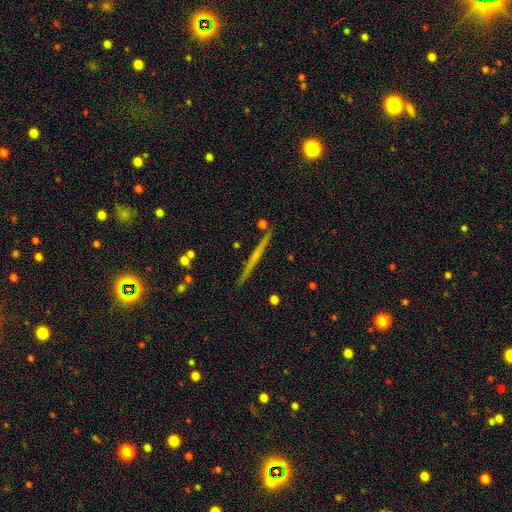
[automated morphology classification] A featured or disk galaxy (61%) viewed edge-on (97%) with no central bulge (78%).

Vote fractions:
- Smooth or featured? featured or disk: 61% / smooth: 31% / star or artifact: 9%
- Edge-on disk? yes: 97% / no: 3%
- Edge-on bulge? none: 78% / rounded: 16% / boxy: 6%
- Merging? none: 90% / minor disturbance: 6% / merger: 2% / major disturbance: 2%